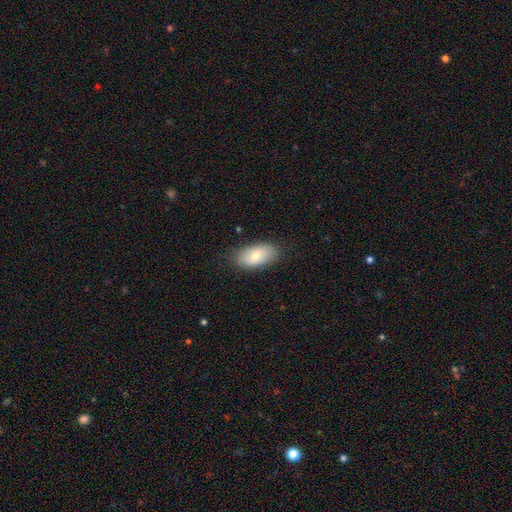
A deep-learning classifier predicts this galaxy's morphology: Smooth or featured?
  - smooth: 77% *
  - featured or disk: 17%
  - star or artifact: 6%
How rounded?
  - in between: 94% *
  - cigar-shaped: 3%
  - round: 3%
Merging?
  - none: 82% *
  - minor disturbance: 14%
  - major disturbance: 3%
  - merger: 1%